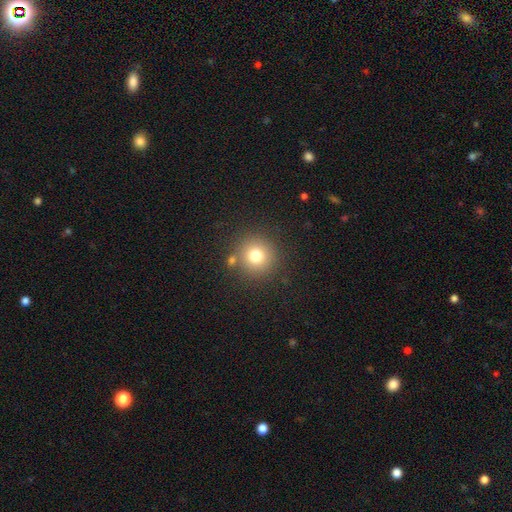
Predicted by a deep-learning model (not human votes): Smooth or featured? smooth (76%)
How rounded? round (94%)
Merging? none (83%)